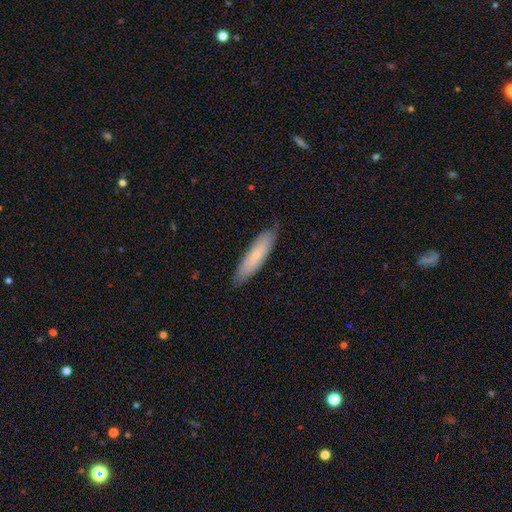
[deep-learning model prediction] Smooth or featured? smooth (71%)
How rounded? cigar-shaped (72%)
Merging? none (83%)